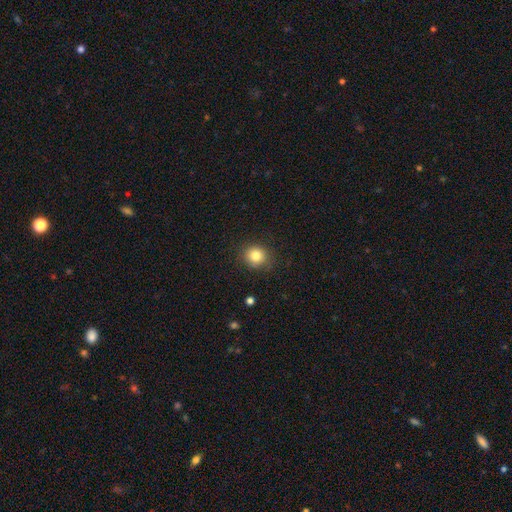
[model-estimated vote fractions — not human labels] Q: Smooth or featured?
A: smooth (83%); runner-up: star or artifact (11%)
Q: How rounded?
A: round (83%); runner-up: in between (16%)
Q: Merging?
A: none (86%); runner-up: minor disturbance (10%)